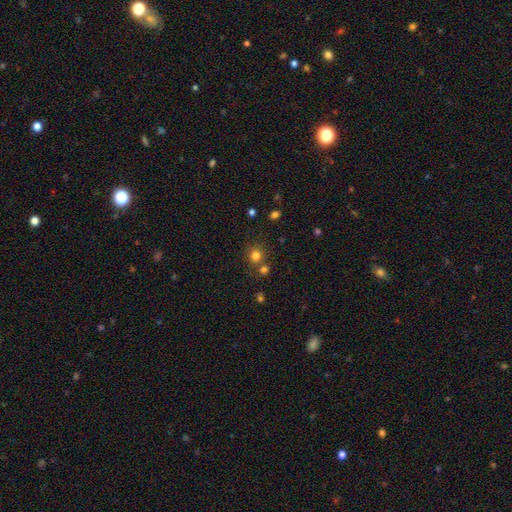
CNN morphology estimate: This appears to be a smooth galaxy with no disk features (78%) that is round (89%). Merging: none (68%).